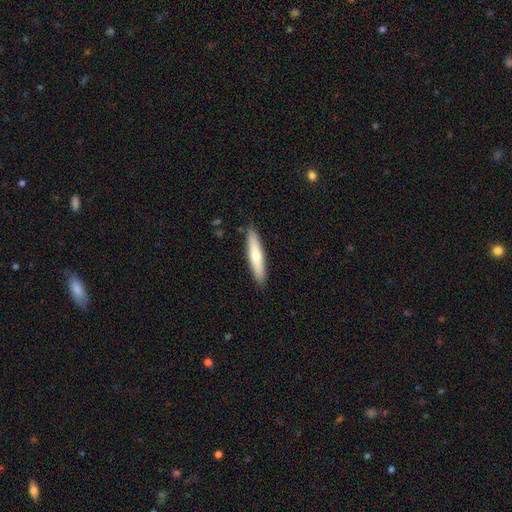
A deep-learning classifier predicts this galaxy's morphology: smooth_or_featured: smooth (p=0.62) [alt: featured or disk p=0.33]
how_rounded: cigar-shaped (p=0.86) [alt: in between p=0.13]
merging: none (p=0.90) [alt: minor disturbance p=0.08]